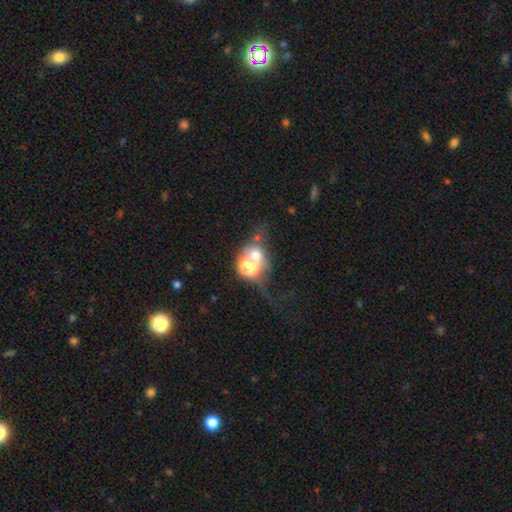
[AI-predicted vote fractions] Overall: smooth (53%; star or artifact 25%). How rounded: round (72%). Merging: merger (46%; none 31%).